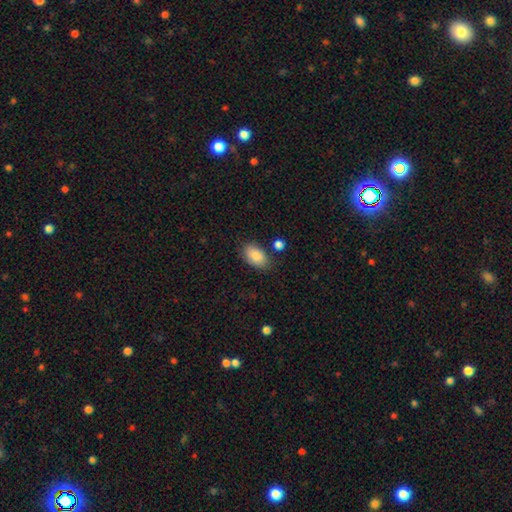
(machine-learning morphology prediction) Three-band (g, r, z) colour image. It shows a smooth galaxy with no disk features (87%) that is in between round and cigar-shaped (92%). Merging: none (77%).